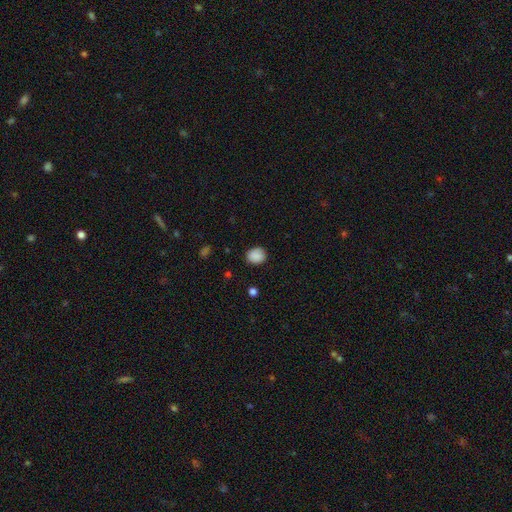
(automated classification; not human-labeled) Morphology: type=smooth (88%); roundness=round (66%); merging=none (84%).